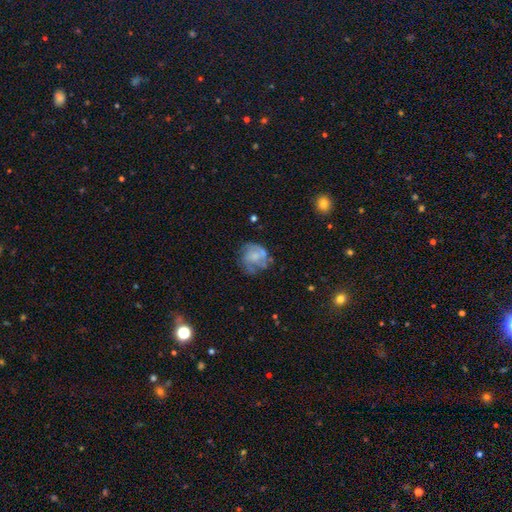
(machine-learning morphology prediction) Smooth or featured: featured or disk — 52% (smooth — 39%)
Edge-on disk: no — 98% (yes — 2%)
Bar: no — 79% (weak — 18%)
Spiral arms: no — 54% (yes — 46%)
Bulge size: moderate — 33% (none — 30%)
Merging: none — 52% (minor disturbance — 25%)